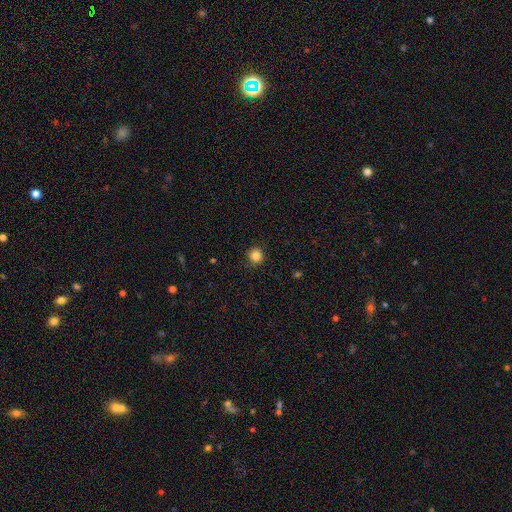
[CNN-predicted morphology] smooth 83%, star or artifact 12%, featured or disk 5%. Down the decision tree: how rounded — round (94%); merging — none (91%).